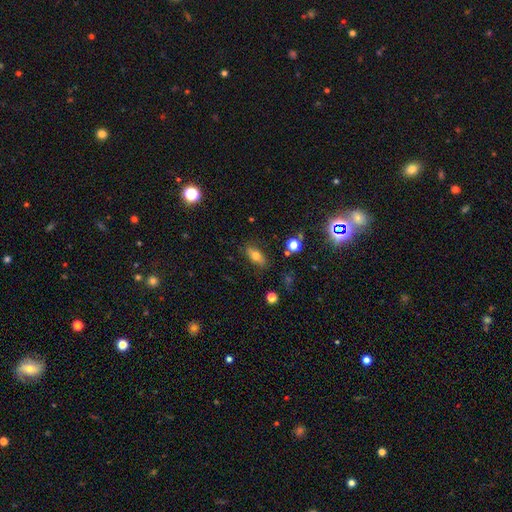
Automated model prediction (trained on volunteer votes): Morphology: type=smooth (68%); roundness=in between (77%); merging=none (80%).